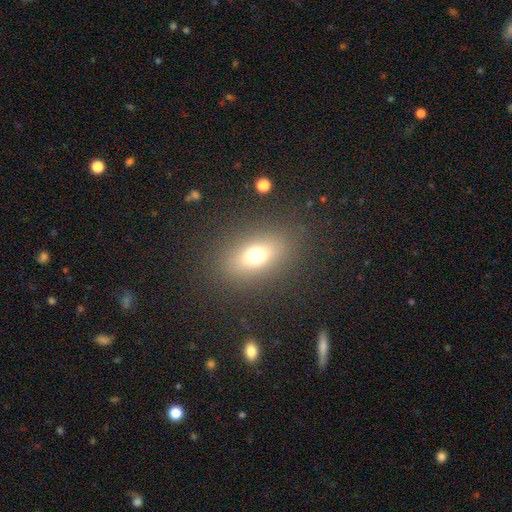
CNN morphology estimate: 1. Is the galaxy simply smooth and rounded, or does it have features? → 67% smooth, 18% star or artifact, 15% featured or disk.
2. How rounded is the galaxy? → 70% in between, 27% round, 3% cigar-shaped.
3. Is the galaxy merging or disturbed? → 85% none, 8% minor disturbance, 5% major disturbance, 1% merger.